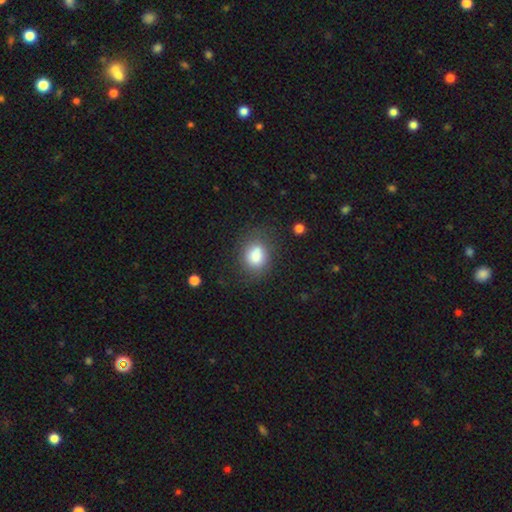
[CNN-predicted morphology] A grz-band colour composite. It shows a smooth galaxy with no disk features (83%) that is round (53%). Merging: none (69%).